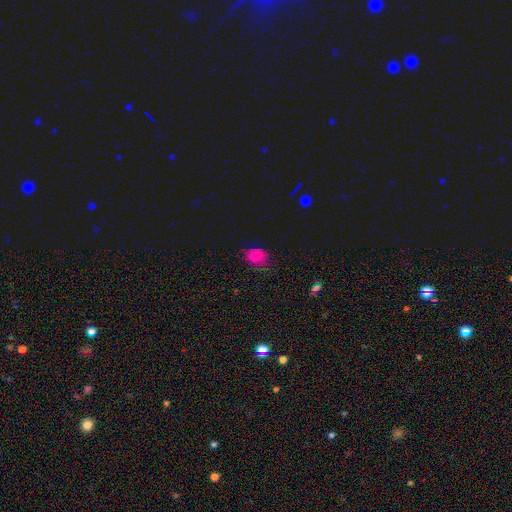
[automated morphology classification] A smooth galaxy with no disk features (78%) that is in between round and cigar-shaped (52%). Merging: none (64%).